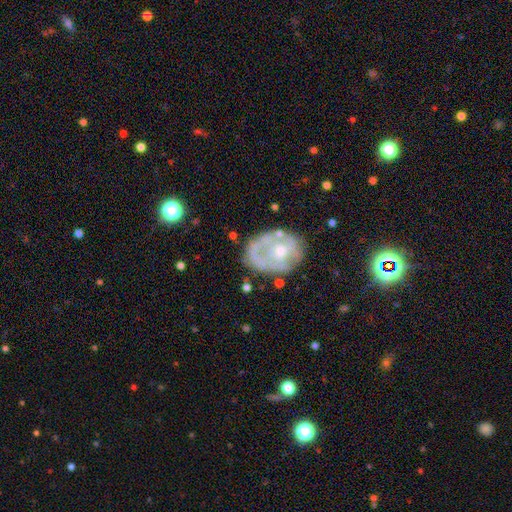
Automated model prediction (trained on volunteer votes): This appears to be a featured or disk galaxy (65%) with no bar (76%), no spiral arms (57%) and a small central bulge (46%). Merging: none (53%).